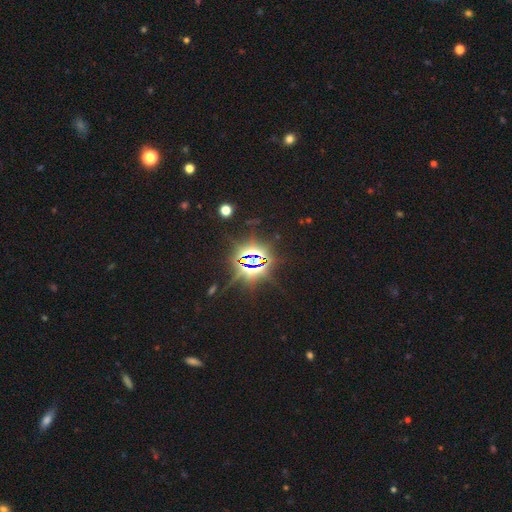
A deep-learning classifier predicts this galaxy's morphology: Smooth or featured: star or artifact — 84% (smooth — 9%)